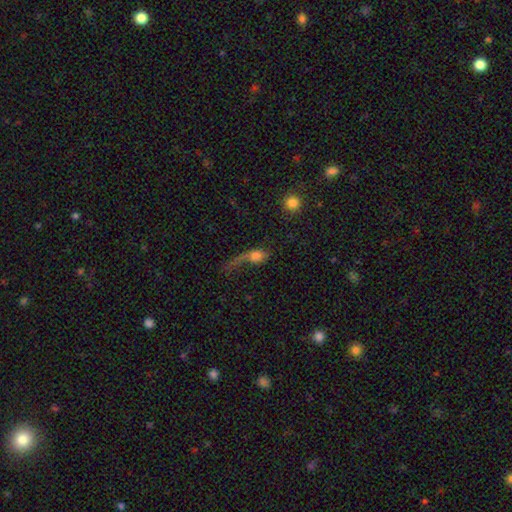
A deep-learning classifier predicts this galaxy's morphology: The model was most divided on "smooth or featured": smooth: 53%, featured or disk: 34%, star or artifact: 13%. More confident: how rounded — in between (59%); merging — major disturbance (55%).